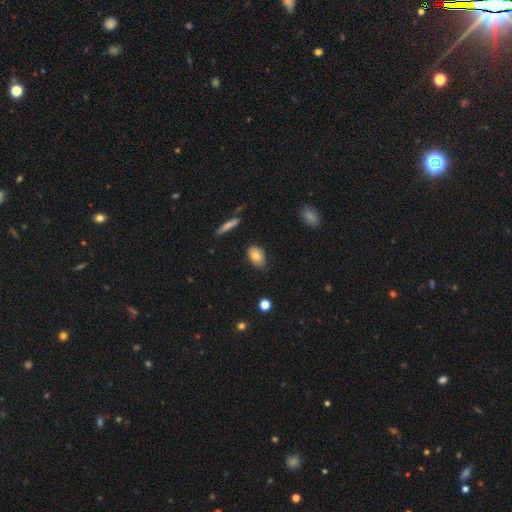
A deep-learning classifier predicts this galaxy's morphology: smooth_or_featured: smooth (p=0.75) [alt: featured or disk p=0.18]
how_rounded: in between (p=0.86) [alt: round p=0.12]
merging: none (p=0.60) [alt: minor disturbance p=0.31]